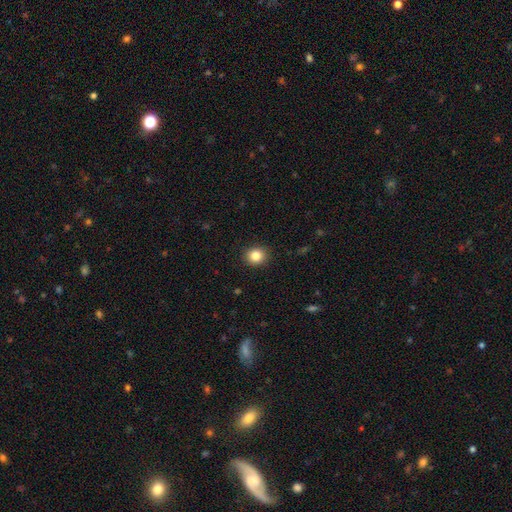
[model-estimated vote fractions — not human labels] A smooth galaxy with no disk features (84%) that is round (79%). Merging: none (91%).